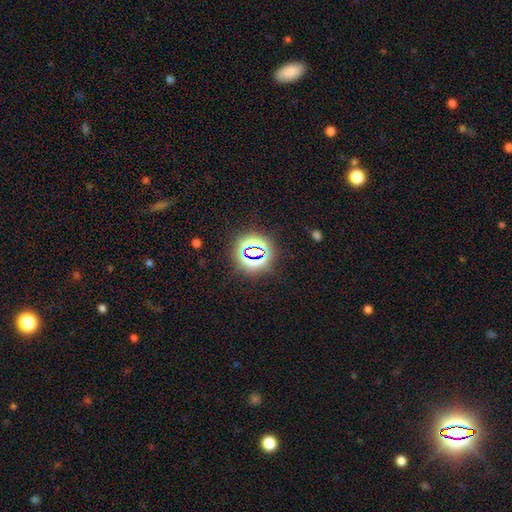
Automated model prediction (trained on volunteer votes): Smooth or featured? star or artifact (71%)